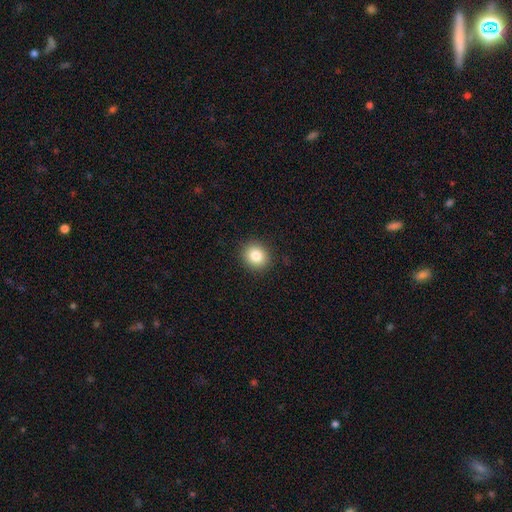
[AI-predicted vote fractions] The model was most divided on "how rounded": round: 82%, in between: 17%, cigar-shaped: 1%. More confident: merging — none (91%); smooth or featured — smooth (83%).